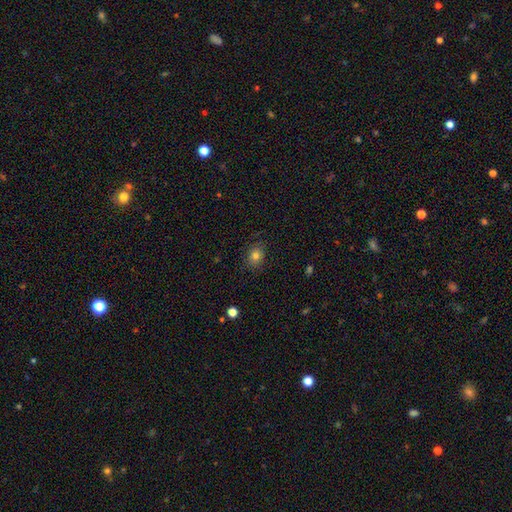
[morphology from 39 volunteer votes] Smooth or featured?
  - smooth: 77% *
  - star or artifact: 13%
  - featured or disk: 10%
How rounded?
  - round: 83% *
  - in between: 17%
  - cigar-shaped: 0%
Merging?
  - none: 74% *
  - minor disturbance: 18%
  - merger: 6%
  - major disturbance: 3%